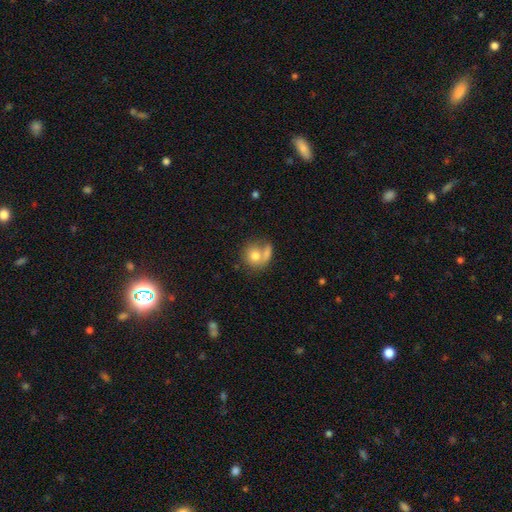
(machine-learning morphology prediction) The model was most divided on "merging" (2-way tie): merger: 40%, none: 40%, minor disturbance: 12%, major disturbance: 8%. More confident: how rounded — round (80%); smooth or featured — smooth (74%).